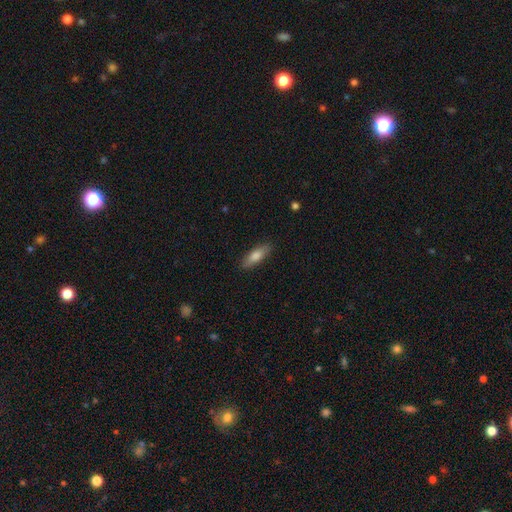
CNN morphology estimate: The model was most divided on "how rounded": in between: 51%, cigar-shaped: 47%, round: 2%. More confident: merging — none (87%); smooth or featured — smooth (77%).